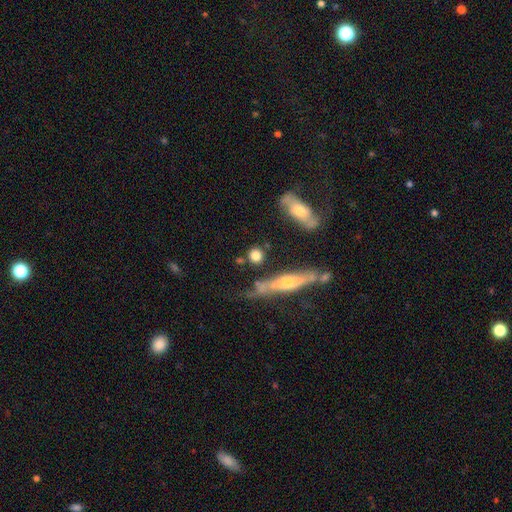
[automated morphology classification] Overall: smooth (75%). How rounded: round (78%). Merging: none (72%).